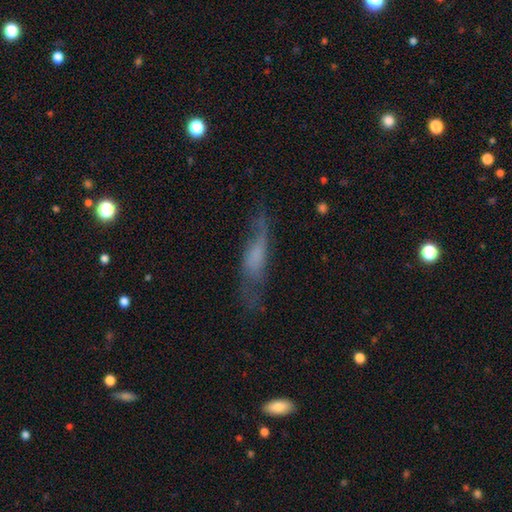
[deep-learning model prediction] Overall: featured or disk (46%; smooth 44%). Merging: none (50%; minor disturbance 26%).